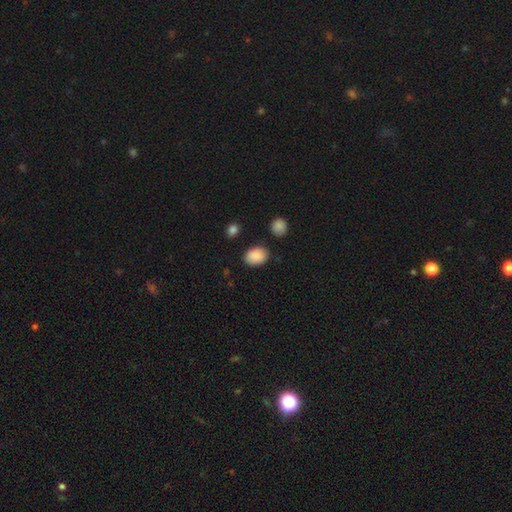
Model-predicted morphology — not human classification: Smooth or featured?
  - smooth: 89% *
  - star or artifact: 7%
  - featured or disk: 3%
How rounded?
  - in between: 75% *
  - round: 24%
  - cigar-shaped: 1%
Merging?
  - none: 83% *
  - minor disturbance: 12%
  - major disturbance: 3%
  - merger: 3%